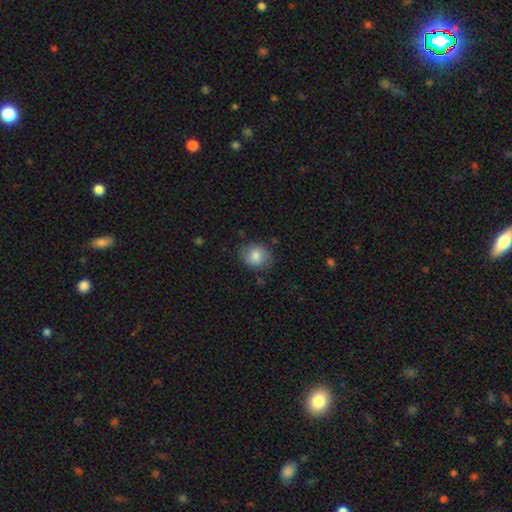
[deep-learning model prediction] A smooth galaxy with no disk features (80%) that is round (57%).

Vote fractions:
- Smooth or featured? smooth: 80% / featured or disk: 12% / star or artifact: 8%
- How rounded? round: 57% / in between: 42% / cigar-shaped: 1%
- Merging? none: 79% / minor disturbance: 15% / major disturbance: 4% / merger: 2%